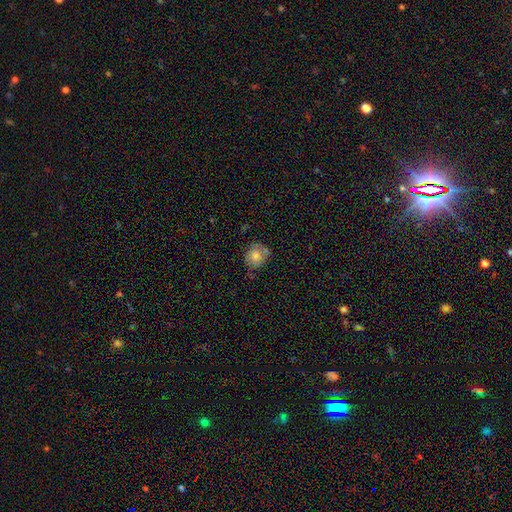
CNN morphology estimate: Overall: smooth (69%). How rounded: round (78%). Merging: none (60%; minor disturbance 24%).